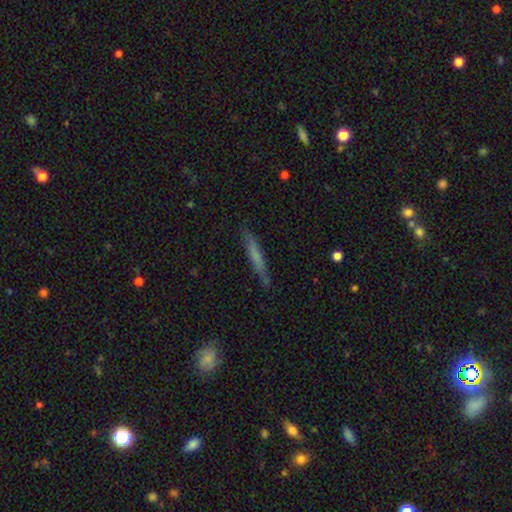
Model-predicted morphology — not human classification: smooth_or_featured: smooth (p=0.59) [alt: featured or disk p=0.34]
how_rounded: cigar-shaped (p=0.95) [alt: in between p=0.04]
merging: none (p=0.85) [alt: minor disturbance p=0.11]